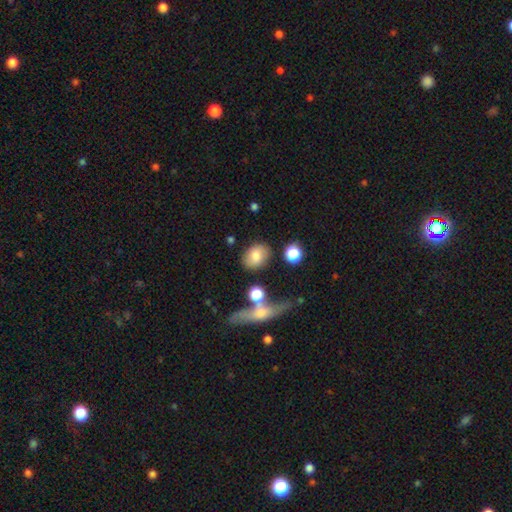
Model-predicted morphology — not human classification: smooth-or-featured: smooth: 74% | featured or disk: 17% | star or artifact: 9%
  how-rounded: in between: 59% | round: 39% | cigar-shaped: 2%
  merging: none: 77% | minor disturbance: 12% | merger: 6% | major disturbance: 4%